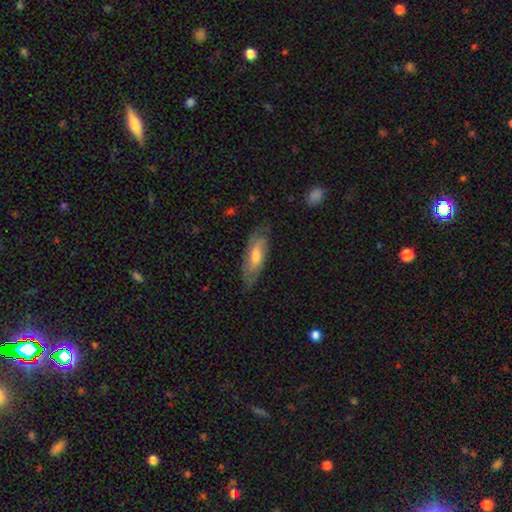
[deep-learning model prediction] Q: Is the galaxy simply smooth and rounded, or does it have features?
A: featured or disk — 48%.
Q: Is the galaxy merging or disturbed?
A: none — 71%.